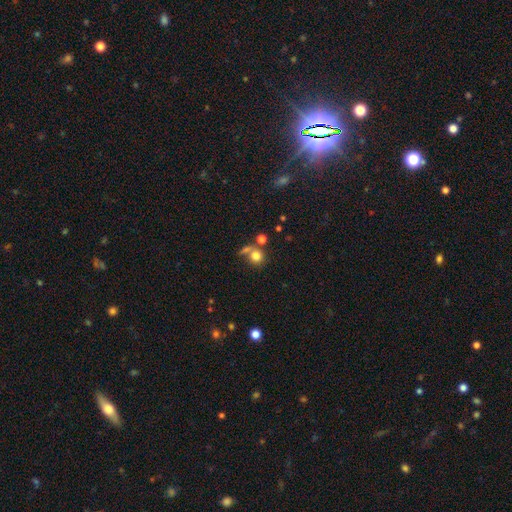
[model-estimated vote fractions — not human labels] Q: Smooth or featured?
A: smooth (77%); runner-up: star or artifact (12%)
Q: How rounded?
A: round (86%); runner-up: in between (13%)
Q: Merging?
A: none (50%); runner-up: merger (29%)